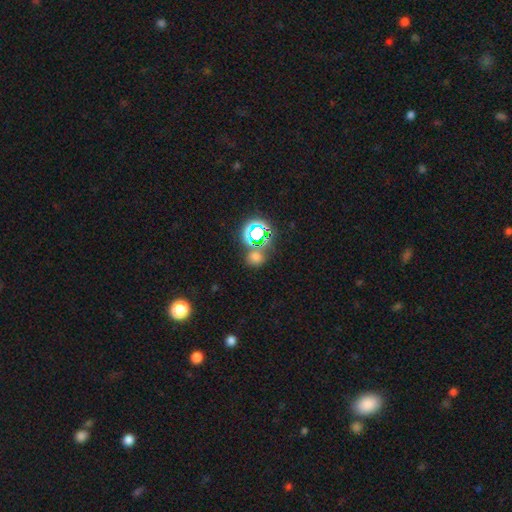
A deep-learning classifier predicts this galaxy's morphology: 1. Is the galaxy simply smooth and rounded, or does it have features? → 47% star or artifact, 44% smooth, 8% featured or disk.